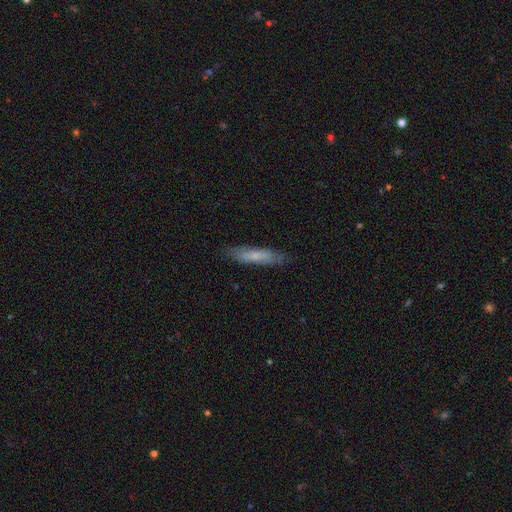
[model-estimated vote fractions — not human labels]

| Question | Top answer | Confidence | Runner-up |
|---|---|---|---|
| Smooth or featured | smooth | 67% | featured or disk (27%) |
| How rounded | cigar-shaped | 86% | in between (12%) |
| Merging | none | 84% | minor disturbance (13%) |